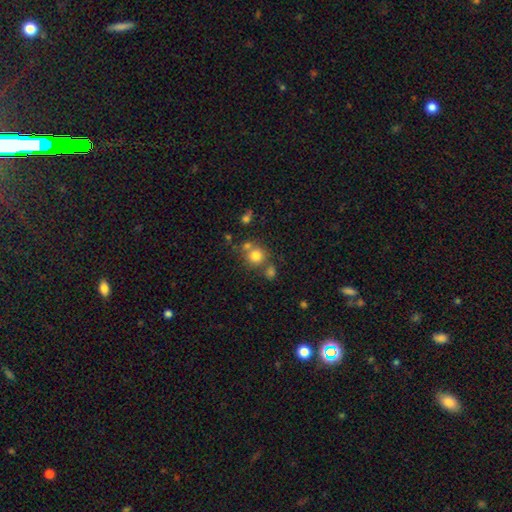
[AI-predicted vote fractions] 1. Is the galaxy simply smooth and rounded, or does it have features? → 77% smooth, 13% star or artifact, 10% featured or disk.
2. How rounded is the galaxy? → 88% round, 11% in between, 1% cigar-shaped.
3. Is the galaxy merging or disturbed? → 62% none, 23% merger, 11% minor disturbance, 5% major disturbance.